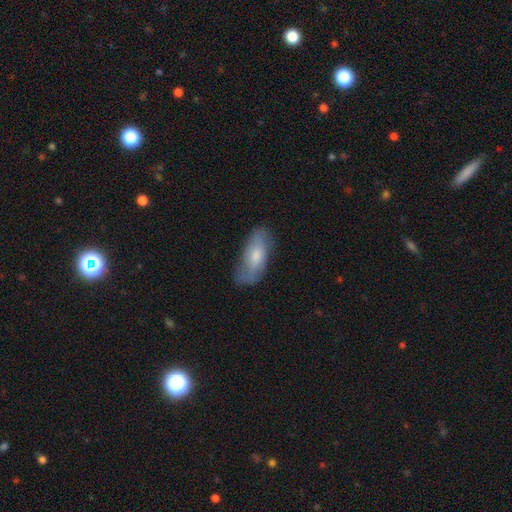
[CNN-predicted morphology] This is likely a smooth galaxy (65%). How rounded: likely in between (80%). Merging: likely none (65%).